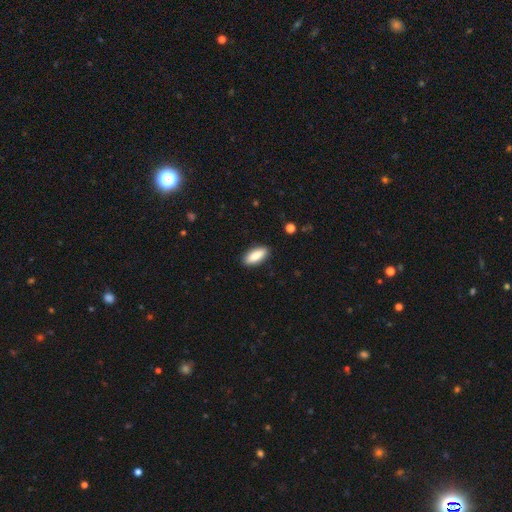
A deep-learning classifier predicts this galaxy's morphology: Smooth or featured: smooth — 86% (featured or disk — 7%)
How rounded: in between — 75% (cigar-shaped — 23%)
Merging: none — 89% (minor disturbance — 8%)